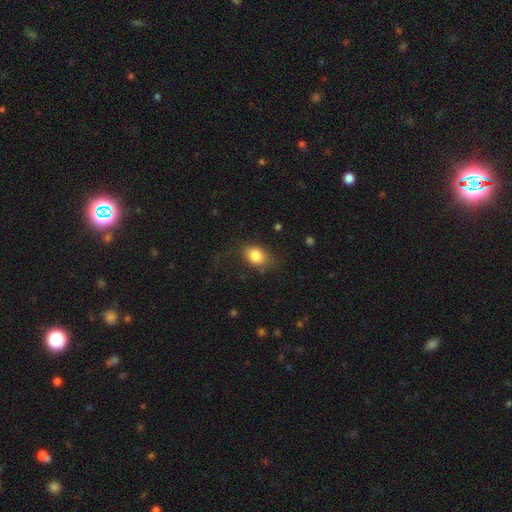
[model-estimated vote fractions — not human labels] A smooth galaxy with no disk features (83%) that is in between round and cigar-shaped (72%).

Vote fractions:
- Smooth or featured? smooth: 83% / featured or disk: 9% / star or artifact: 9%
- How rounded? in between: 72% / round: 26% / cigar-shaped: 1%
- Merging? none: 70% / minor disturbance: 19% / major disturbance: 10% / merger: 2%